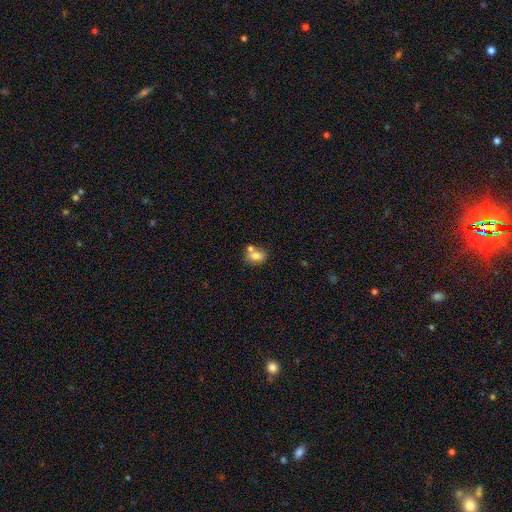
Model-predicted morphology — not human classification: This is likely a smooth galaxy (78%). How rounded: likely in between (68%). Merging: possibly none (46%).